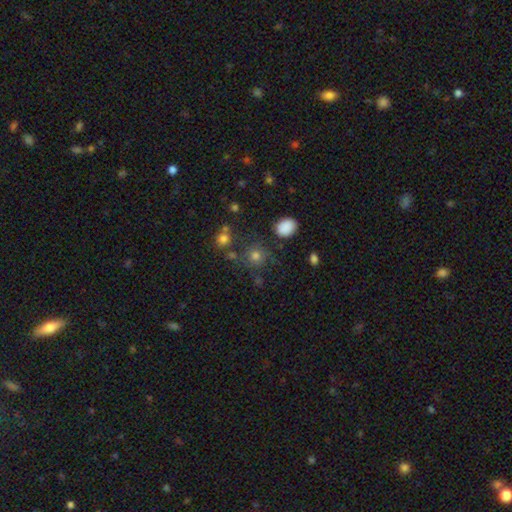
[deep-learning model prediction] Q: Smooth or featured?
A: smooth (73%); runner-up: star or artifact (18%)
Q: How rounded?
A: round (88%); runner-up: in between (11%)
Q: Merging?
A: none (74%); runner-up: minor disturbance (12%)